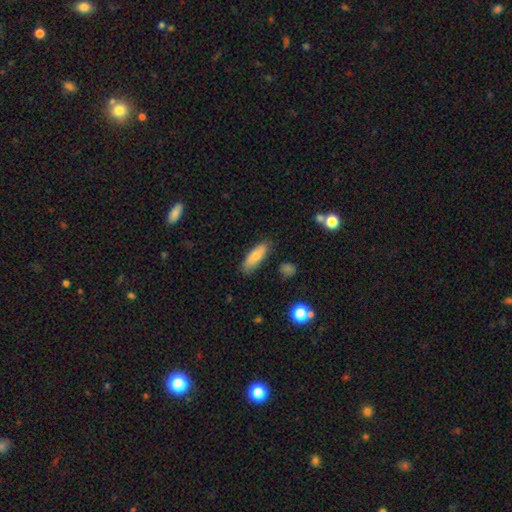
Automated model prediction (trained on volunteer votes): Q: Smooth or featured?
A: smooth (76%); runner-up: featured or disk (17%)
Q: How rounded?
A: in between (63%); runner-up: cigar-shaped (35%)
Q: Merging?
A: none (79%); runner-up: minor disturbance (15%)